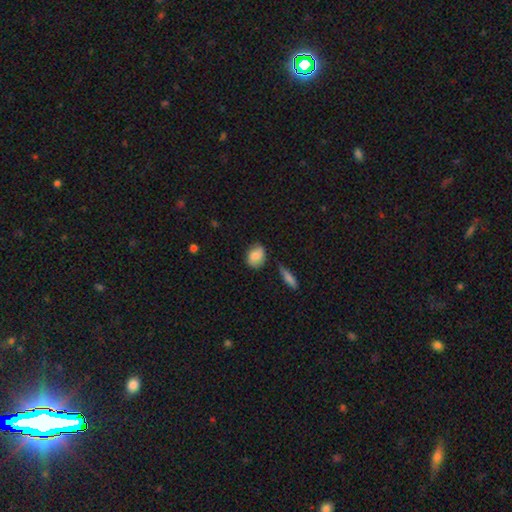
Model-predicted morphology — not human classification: Smooth or featured?
  - smooth: 80% *
  - featured or disk: 12%
  - star or artifact: 7%
How rounded?
  - in between: 59% *
  - round: 39%
  - cigar-shaped: 2%
Merging?
  - none: 70% *
  - minor disturbance: 22%
  - major disturbance: 4%
  - merger: 3%